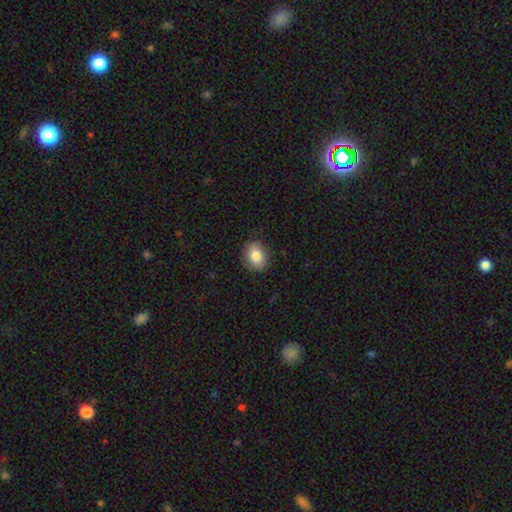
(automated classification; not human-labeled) Smooth or featured: smooth — 84% (featured or disk — 9%)
How rounded: in between — 57% (round — 42%)
Merging: none — 85% (minor disturbance — 11%)